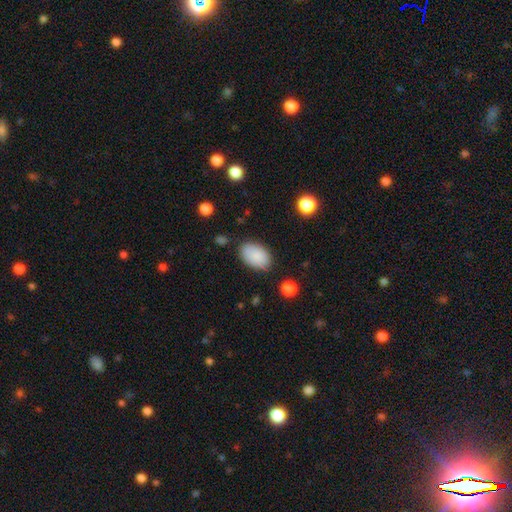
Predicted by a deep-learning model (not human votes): The model was most divided on "merging": none: 78%, minor disturbance: 16%, major disturbance: 4%, merger: 2%. More confident: how rounded — in between (91%); smooth or featured — smooth (86%).